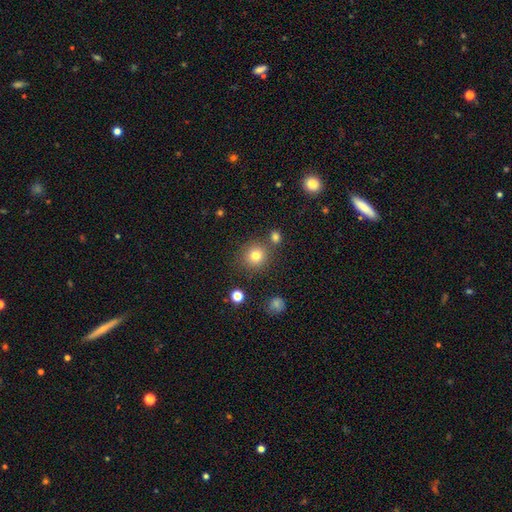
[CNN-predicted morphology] Smooth or featured? Predicted: smooth (p=0.78). How rounded? Predicted: round (p=0.91). Merging? Predicted: none (p=0.77).